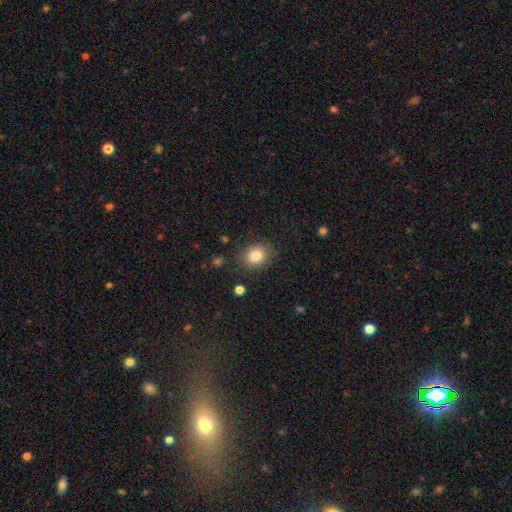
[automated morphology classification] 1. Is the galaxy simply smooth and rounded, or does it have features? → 82% smooth, 10% star or artifact, 8% featured or disk.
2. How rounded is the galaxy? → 60% round, 39% in between, 1% cigar-shaped.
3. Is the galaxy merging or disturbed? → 83% none, 12% minor disturbance, 4% major disturbance, 2% merger.